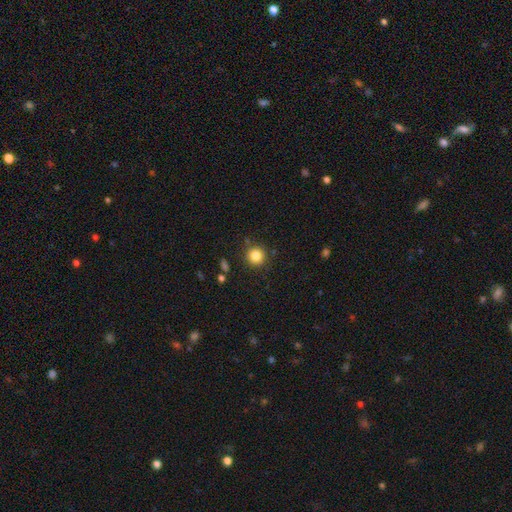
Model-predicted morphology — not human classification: A smooth galaxy with no disk features (83%) that is round (93%). Merging: none (88%).